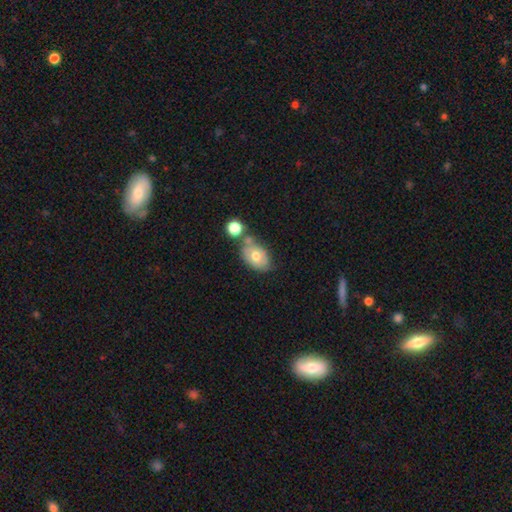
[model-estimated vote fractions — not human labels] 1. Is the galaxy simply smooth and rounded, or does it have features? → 60% smooth, 31% featured or disk, 9% star or artifact.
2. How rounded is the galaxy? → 80% in between, 19% round, 1% cigar-shaped.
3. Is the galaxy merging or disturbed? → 43% none, 29% merger, 20% minor disturbance, 7% major disturbance.